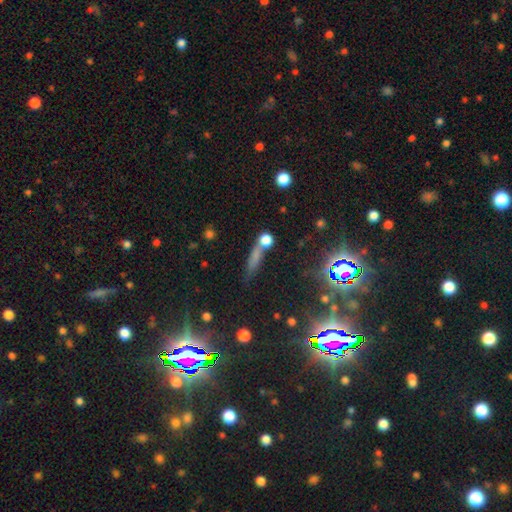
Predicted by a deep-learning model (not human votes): smooth-or-featured: smooth: 60% | star or artifact: 23% | featured or disk: 17%
  how-rounded: cigar-shaped: 63% | in between: 20% | round: 17%
  merging: none: 58% | merger: 20% | minor disturbance: 14% | major disturbance: 7%